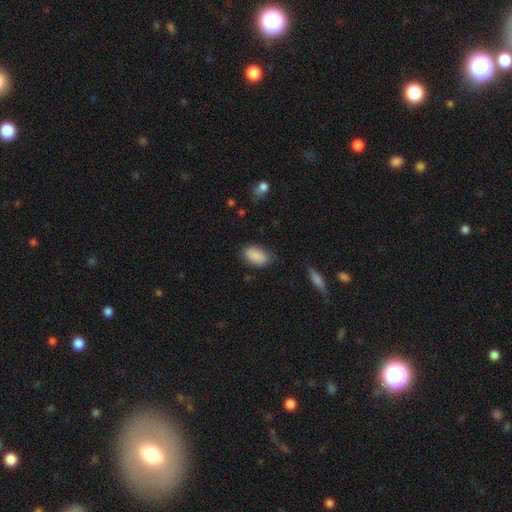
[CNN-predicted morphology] Smooth or featured? smooth (89%)
How rounded? in between (93%)
Merging? none (77%)